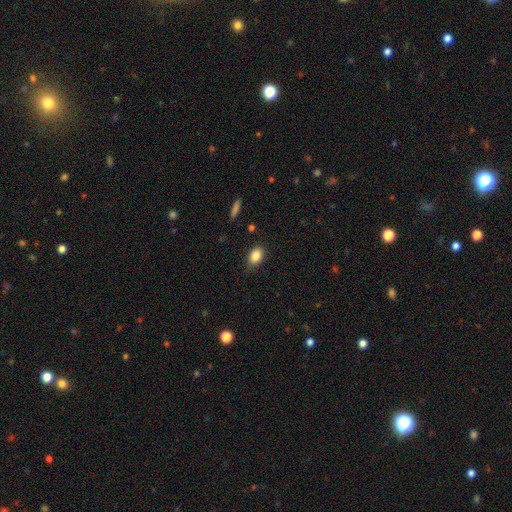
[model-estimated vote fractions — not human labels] The model was most divided on "how rounded": in between: 80%, round: 19%, cigar-shaped: 2%. More confident: smooth or featured — smooth (85%); merging — none (84%).